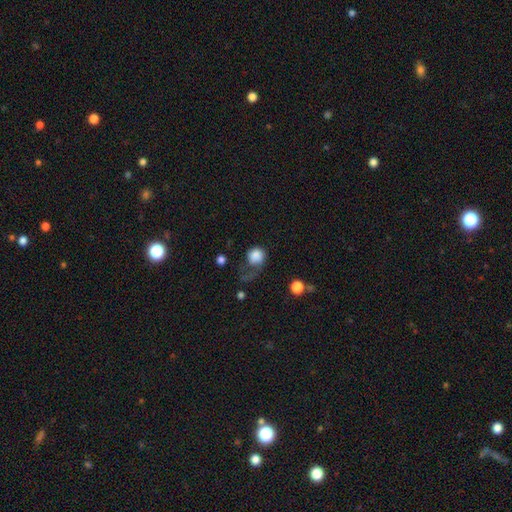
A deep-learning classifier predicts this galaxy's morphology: This is clearly a smooth galaxy (81%). How rounded: likely round (78%). Merging: marginally major disturbance (44%).